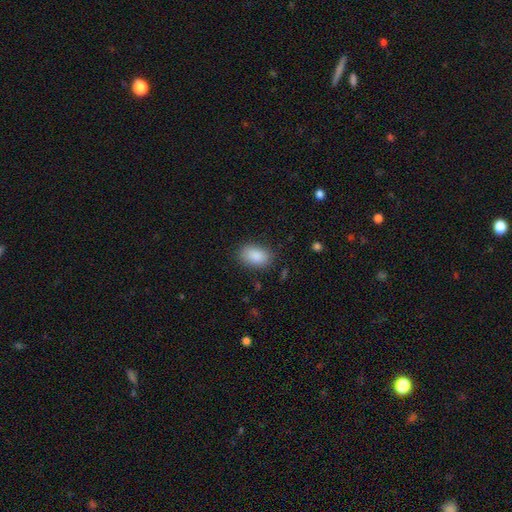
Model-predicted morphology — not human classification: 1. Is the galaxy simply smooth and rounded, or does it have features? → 89% smooth, 7% star or artifact, 4% featured or disk.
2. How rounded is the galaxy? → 90% in between, 9% round, 1% cigar-shaped.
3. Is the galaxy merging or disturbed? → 84% none, 11% minor disturbance, 3% major disturbance, 1% merger.